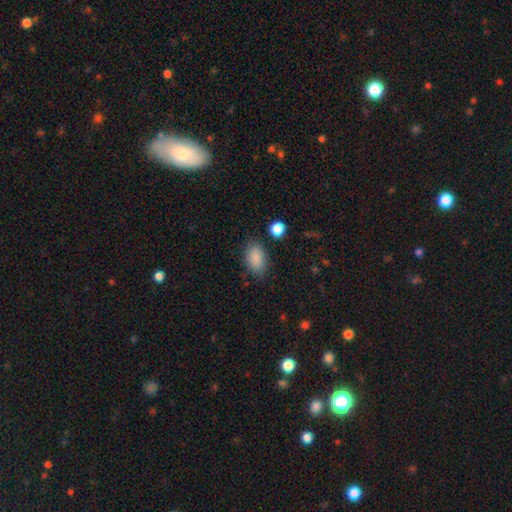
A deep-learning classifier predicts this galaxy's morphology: The model was most divided on "merging": none: 81%, minor disturbance: 13%, major disturbance: 4%, merger: 2%. More confident: how rounded — in between (89%); smooth or featured — smooth (87%).